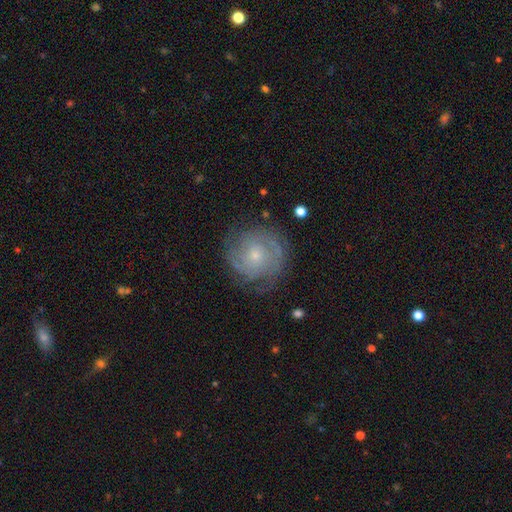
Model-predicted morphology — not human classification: Smooth or featured? Predicted: featured or disk (p=0.76). Edge-on disk? Predicted: no (p=0.98). Bar? Predicted: no (p=0.78). Spiral arms? Predicted: yes (p=0.91). Spiral winding? Predicted: tight (p=0.64). Spiral arm count? Predicted: 2 (p=0.36). Bulge size? Predicted: small (p=0.70). Merging? Predicted: none (p=0.75).